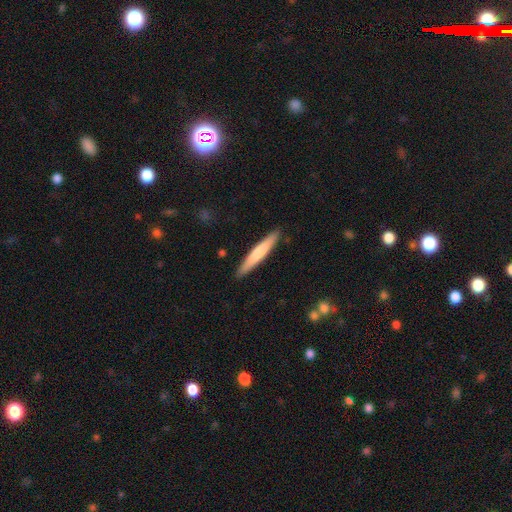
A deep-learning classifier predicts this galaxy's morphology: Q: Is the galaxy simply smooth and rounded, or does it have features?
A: smooth — 68%.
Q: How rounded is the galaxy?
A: cigar-shaped — 94%.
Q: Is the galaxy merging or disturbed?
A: none — 90%.